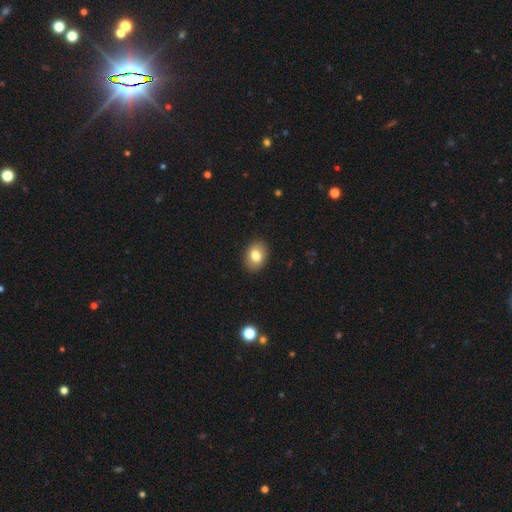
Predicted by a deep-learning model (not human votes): Smooth or featured: smooth — 80% (featured or disk — 11%)
How rounded: in between — 75% (round — 24%)
Merging: none — 89% (minor disturbance — 8%)